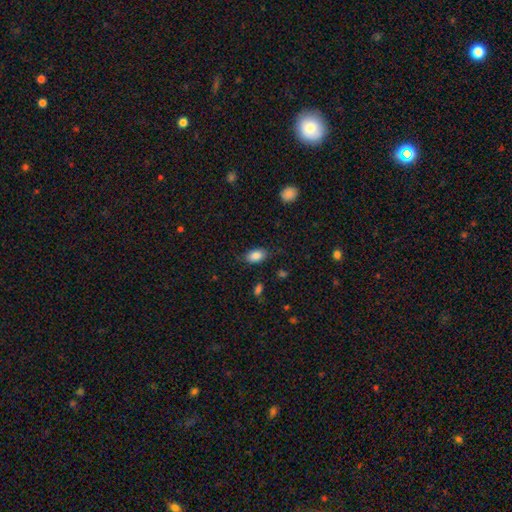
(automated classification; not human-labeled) Smooth or featured?
  - smooth: 86% *
  - star or artifact: 8%
  - featured or disk: 6%
How rounded?
  - in between: 89% *
  - round: 9%
  - cigar-shaped: 2%
Merging?
  - none: 80% *
  - minor disturbance: 15%
  - major disturbance: 4%
  - merger: 1%